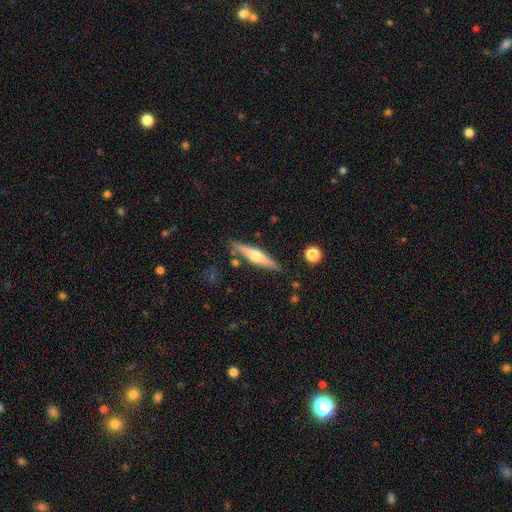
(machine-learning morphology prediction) Smooth or featured: featured or disk — 56% (smooth — 38%)
Edge-on disk: yes — 95% (no — 5%)
Edge-on bulge: rounded — 88% (none — 6%)
Merging: none — 83% (minor disturbance — 10%)